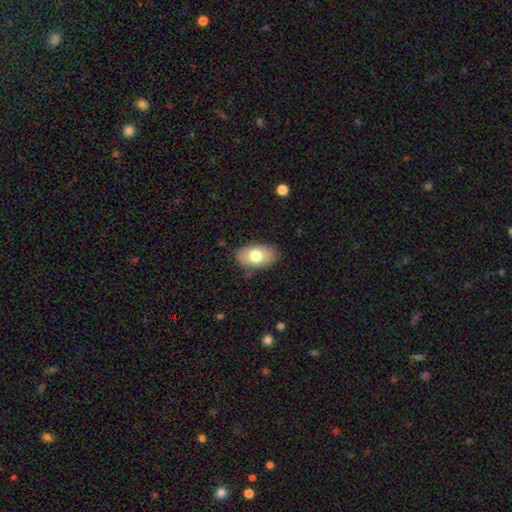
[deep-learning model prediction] This appears to be a smooth galaxy with no disk features (73%) that is in between round and cigar-shaped (91%). Merging: none (83%).